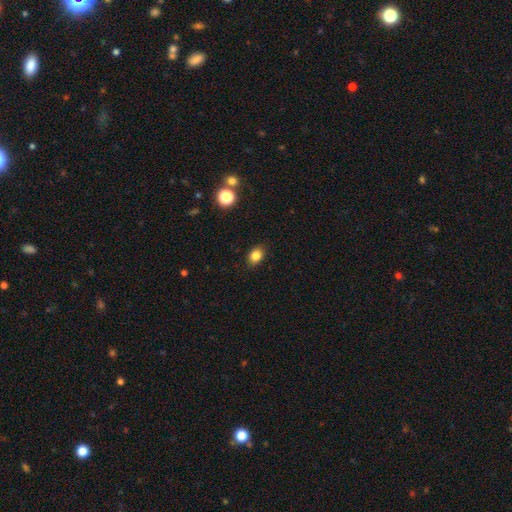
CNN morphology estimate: Smooth or featured?
  - smooth: 84% *
  - star or artifact: 11%
  - featured or disk: 5%
How rounded?
  - in between: 58% *
  - round: 41%
  - cigar-shaped: 1%
Merging?
  - none: 88% *
  - minor disturbance: 9%
  - major disturbance: 2%
  - merger: 1%